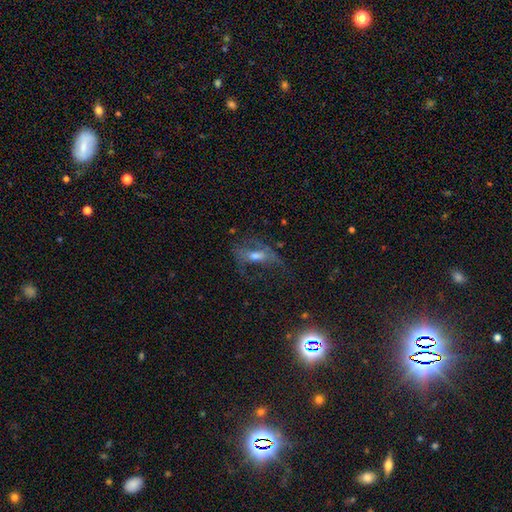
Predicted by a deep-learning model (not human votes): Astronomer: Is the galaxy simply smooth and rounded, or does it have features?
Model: featured or disk — 54% (runner-up: smooth, 29%).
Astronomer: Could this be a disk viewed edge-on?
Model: no — 83%.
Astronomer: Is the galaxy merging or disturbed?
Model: none — 41% (runner-up: major disturbance, 37%).